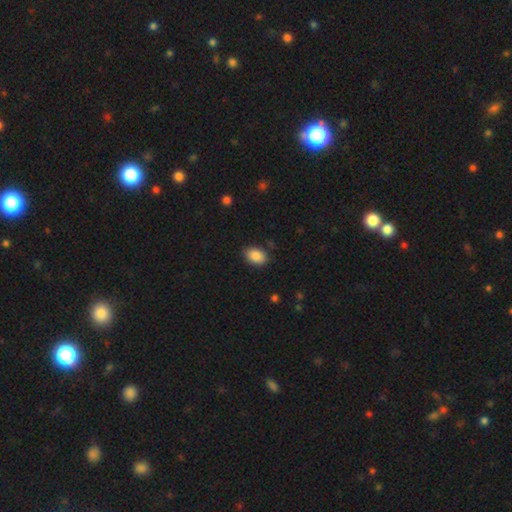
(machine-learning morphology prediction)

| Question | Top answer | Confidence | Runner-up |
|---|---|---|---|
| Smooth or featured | smooth | 88% | star or artifact (8%) |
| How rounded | in between | 85% | round (14%) |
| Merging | none | 85% | minor disturbance (11%) |